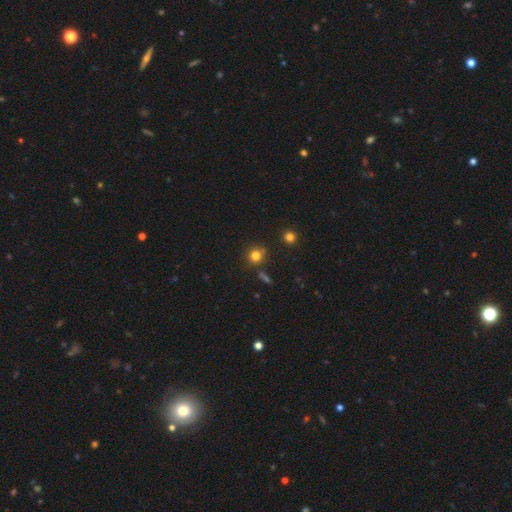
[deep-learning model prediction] Q: Smooth or featured?
A: smooth (78%); runner-up: star or artifact (15%)
Q: How rounded?
A: round (89%); runner-up: in between (9%)
Q: Merging?
A: none (79%); runner-up: minor disturbance (10%)